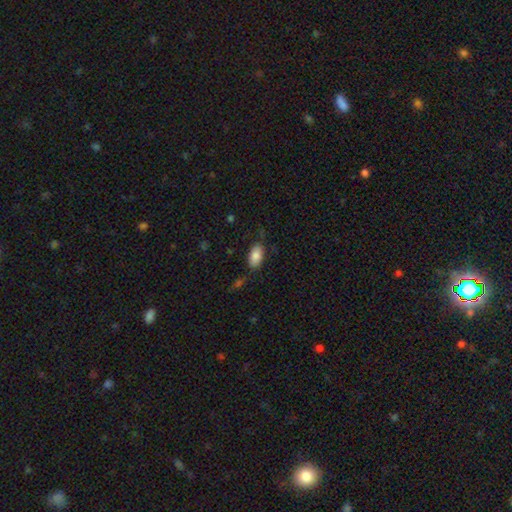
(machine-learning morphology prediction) smooth-or-featured: smooth: 84% | featured or disk: 9% | star or artifact: 7%
  how-rounded: in between: 93% | round: 4% | cigar-shaped: 3%
  merging: none: 76% | minor disturbance: 17% | major disturbance: 4% | merger: 3%